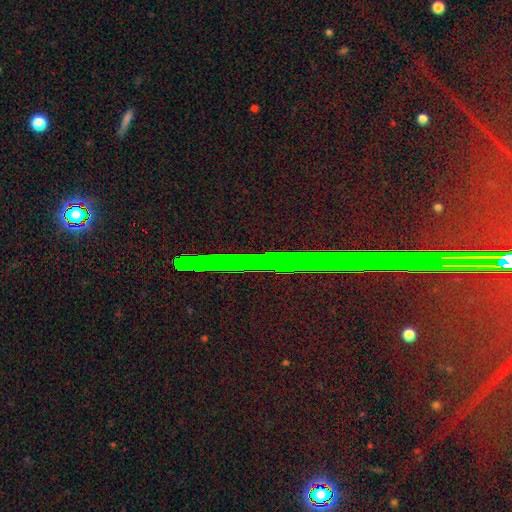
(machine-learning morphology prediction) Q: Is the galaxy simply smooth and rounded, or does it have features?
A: star or artifact — 78%.